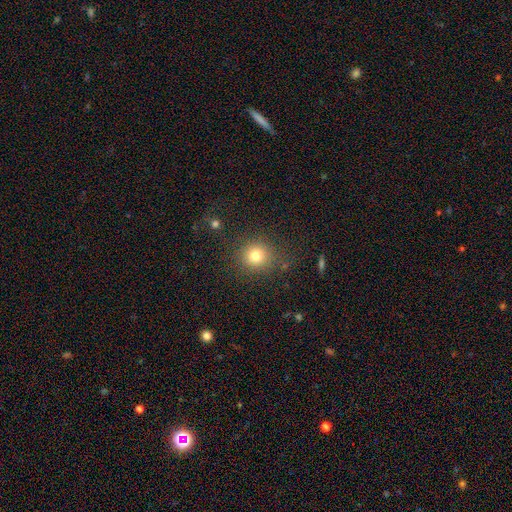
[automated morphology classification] This is likely a smooth galaxy (78%). How rounded: clearly round (89%). Merging: clearly none (83%).